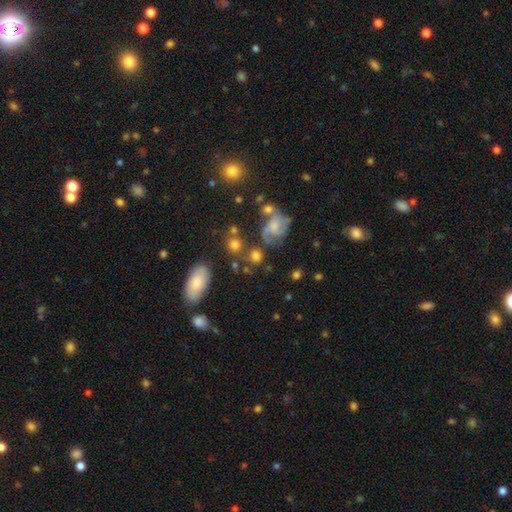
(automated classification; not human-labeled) smooth 66%, featured or disk 21%, star or artifact 12%. Down the decision tree: how rounded — round (75%); merging — none (54%).